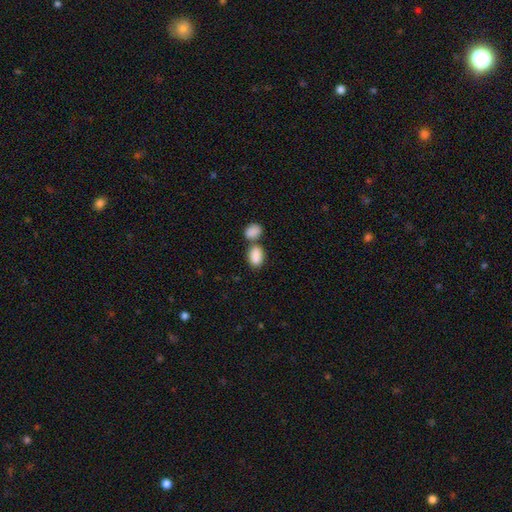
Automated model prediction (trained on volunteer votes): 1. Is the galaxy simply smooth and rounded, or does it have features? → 88% smooth, 7% star or artifact, 5% featured or disk.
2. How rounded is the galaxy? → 89% in between, 10% round, 1% cigar-shaped.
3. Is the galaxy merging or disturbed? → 45% none, 42% merger, 10% minor disturbance, 4% major disturbance.